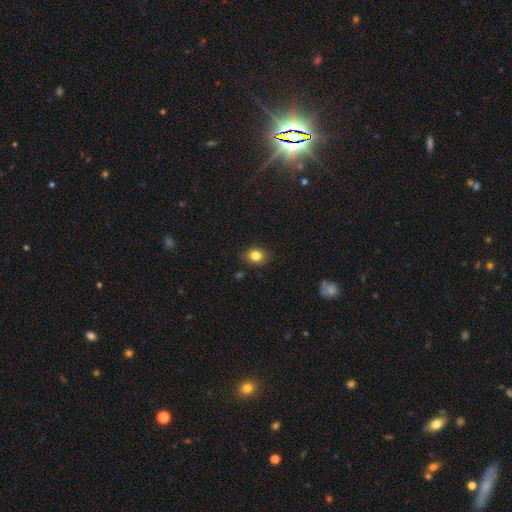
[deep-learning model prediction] Overall: smooth (83%). How rounded: in between (51%; round 47%). Merging: none (85%).